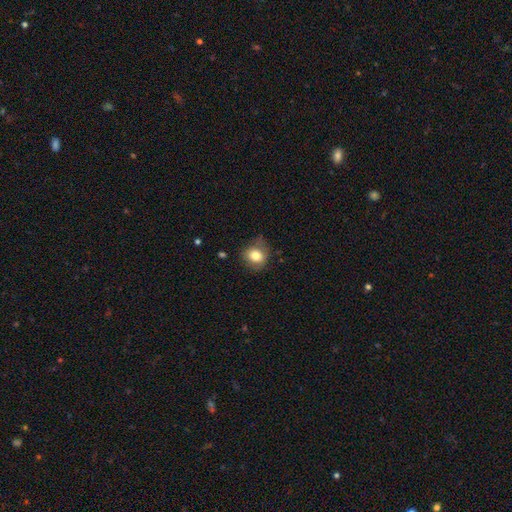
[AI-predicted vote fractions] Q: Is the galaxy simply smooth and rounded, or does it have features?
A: smooth — 80%.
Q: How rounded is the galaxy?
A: round — 72%.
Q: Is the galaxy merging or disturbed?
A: none — 67%.